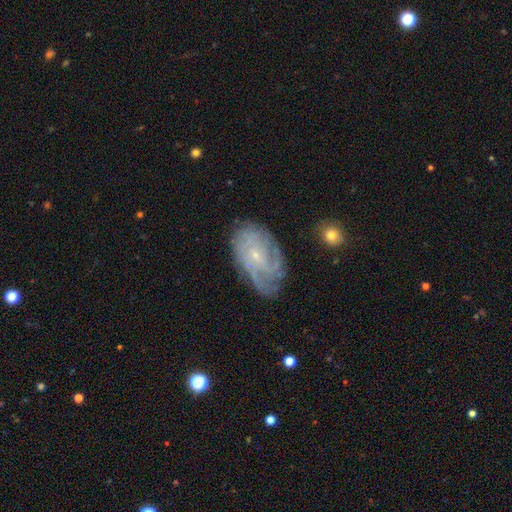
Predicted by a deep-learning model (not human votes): smooth_or_featured: featured or disk (p=0.77) [alt: smooth p=0.16]
disk_edge_on: no (p=0.96) [alt: yes p=0.04]
bar: no (p=0.69) [alt: weak p=0.27]
has_spiral_arms: yes (p=0.91) [alt: no p=0.09]
spiral_winding: tight (p=0.59) [alt: medium p=0.31]
spiral_arm_count: can't tell (p=0.44) [alt: 3 p=0.16]
bulge_size: small (p=0.81) [alt: moderate p=0.14]
merging: none (p=0.68) [alt: minor disturbance p=0.22]